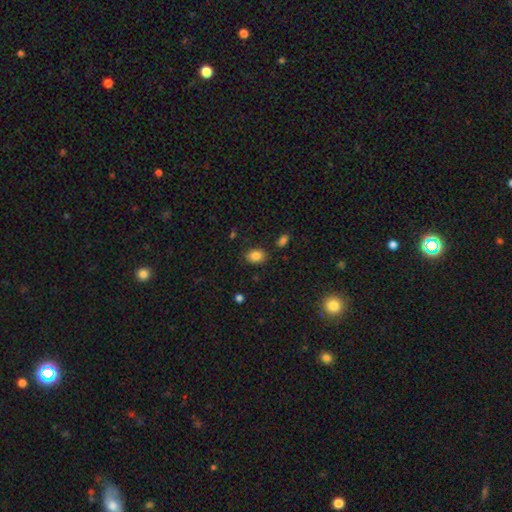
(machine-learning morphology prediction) This appears to be a smooth galaxy with no disk features (85%) that is in between round and cigar-shaped (70%). Merging: none (83%).